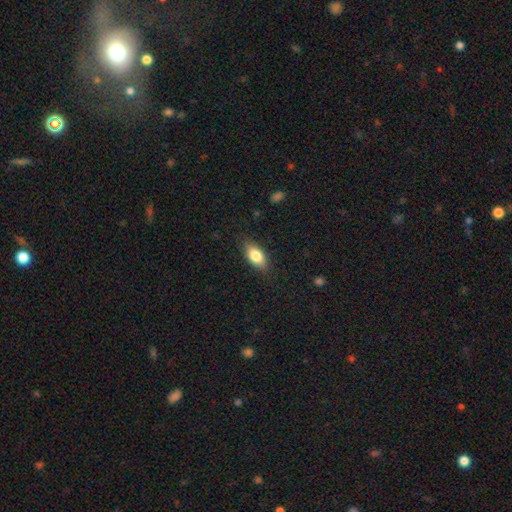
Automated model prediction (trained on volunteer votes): smooth 81%, featured or disk 12%, star or artifact 7%. Down the decision tree: how rounded — in between (87%); merging — none (84%).